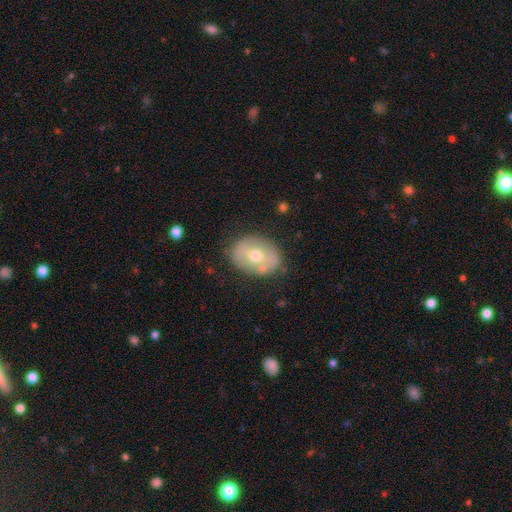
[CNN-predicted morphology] Q: Smooth or featured?
A: featured or disk (47%); runner-up: smooth (46%)
Q: Merging?
A: none (77%); runner-up: minor disturbance (16%)